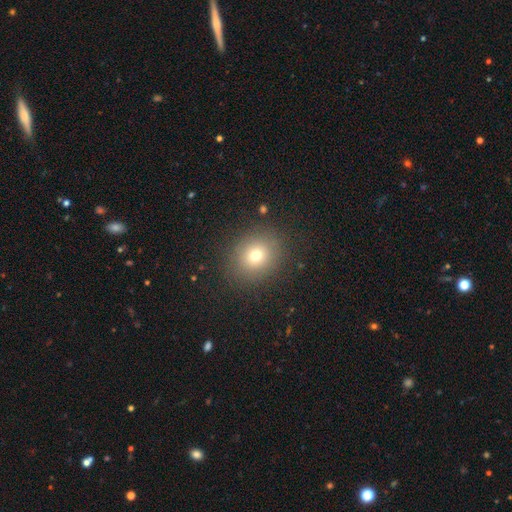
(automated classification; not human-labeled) The model was most divided on "smooth or featured": smooth: 72%, star or artifact: 16%, featured or disk: 12%. More confident: merging — none (87%); how rounded — round (78%).